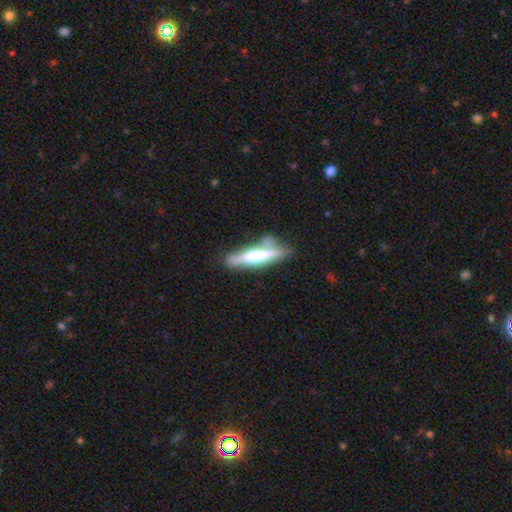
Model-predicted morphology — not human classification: smooth_or_featured: featured or disk (p=0.55) [alt: smooth p=0.40]
disk_edge_on: yes (p=0.88) [alt: no p=0.12]
merging: none (p=0.58) [alt: minor disturbance p=0.20]